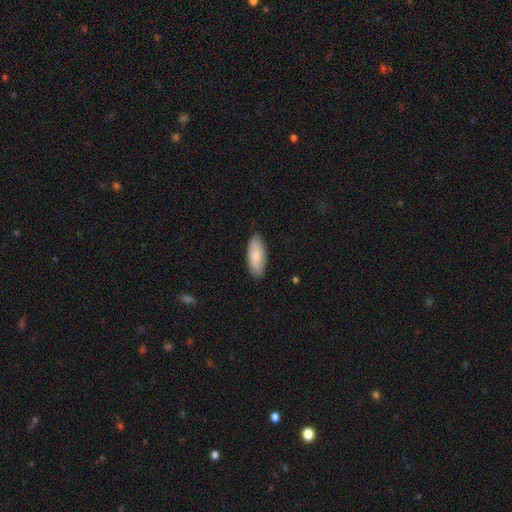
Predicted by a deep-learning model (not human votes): smooth_or_featured: smooth (p=0.85) [alt: featured or disk p=0.09]
how_rounded: in between (p=0.84) [alt: cigar-shaped p=0.15]
merging: none (p=0.87) [alt: minor disturbance p=0.10]